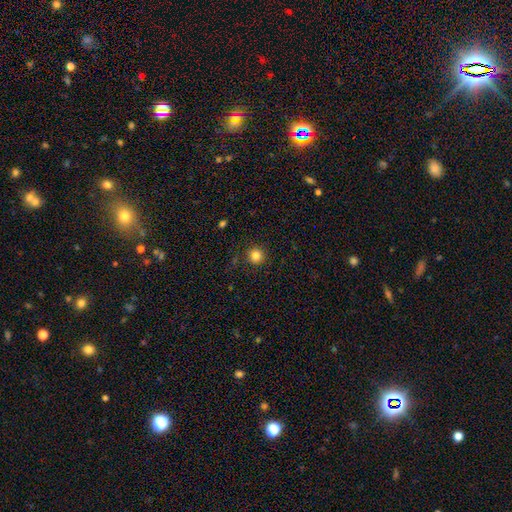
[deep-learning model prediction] This is clearly a smooth galaxy (83%). How rounded: clearly round (95%). Merging: clearly none (90%).